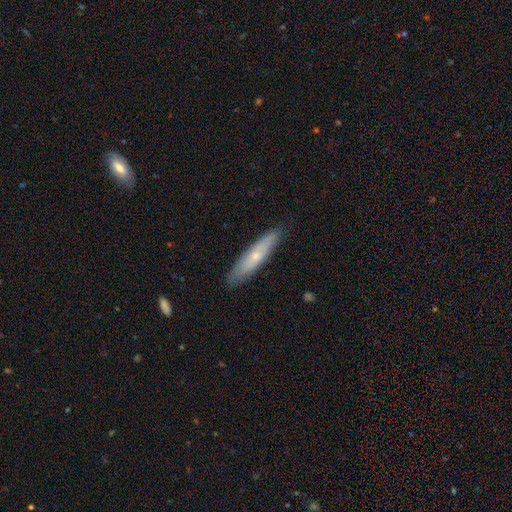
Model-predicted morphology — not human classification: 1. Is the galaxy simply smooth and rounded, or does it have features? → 55% smooth, 39% featured or disk, 6% star or artifact.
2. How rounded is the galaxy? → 83% cigar-shaped, 16% in between, 2% round.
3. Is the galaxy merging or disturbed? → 86% none, 11% minor disturbance, 2% major disturbance, 1% merger.